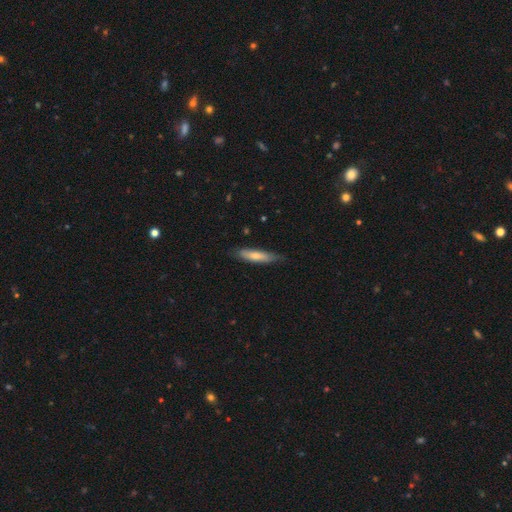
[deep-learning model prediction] A smooth galaxy with no disk features (68%) that is cigar-shaped (76%).

Vote fractions:
- Smooth or featured? smooth: 68% / featured or disk: 27% / star or artifact: 6%
- How rounded? cigar-shaped: 76% / in between: 22% / round: 2%
- Merging? none: 71% / minor disturbance: 24% / major disturbance: 4% / merger: 1%